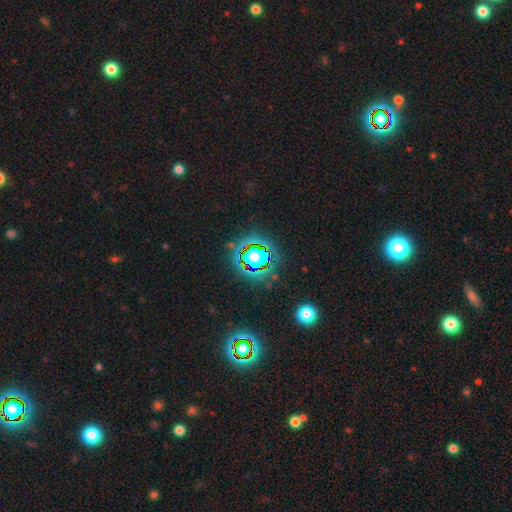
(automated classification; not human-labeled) smooth_or_featured: star or artifact (p=0.80) [alt: smooth p=0.11]